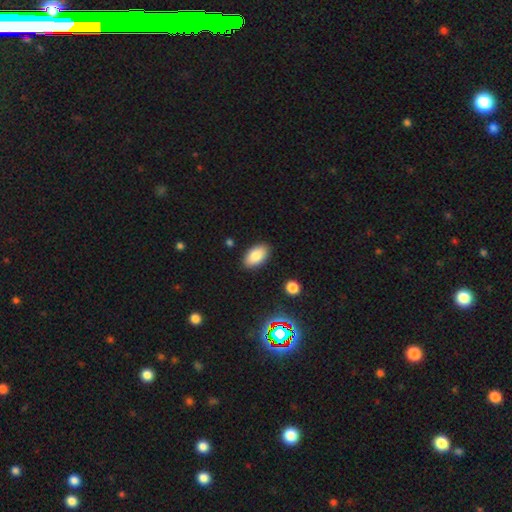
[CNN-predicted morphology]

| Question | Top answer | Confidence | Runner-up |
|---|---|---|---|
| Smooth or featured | smooth | 84% | star or artifact (9%) |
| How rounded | in between | 94% | round (4%) |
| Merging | none | 87% | minor disturbance (9%) |